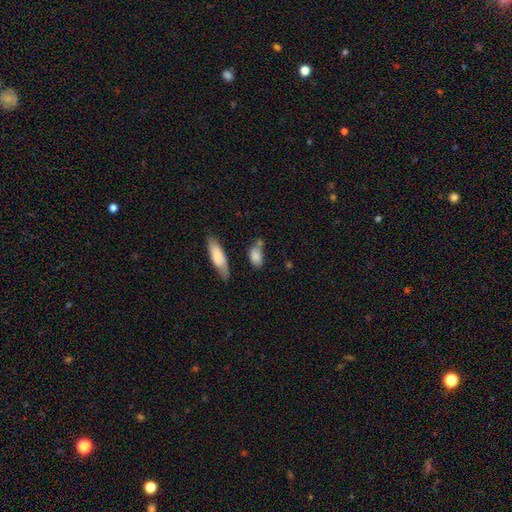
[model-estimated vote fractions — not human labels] Q: Smooth or featured?
A: smooth (82%); runner-up: featured or disk (11%)
Q: How rounded?
A: in between (82%); runner-up: cigar-shaped (10%)
Q: Merging?
A: none (57%); runner-up: minor disturbance (23%)